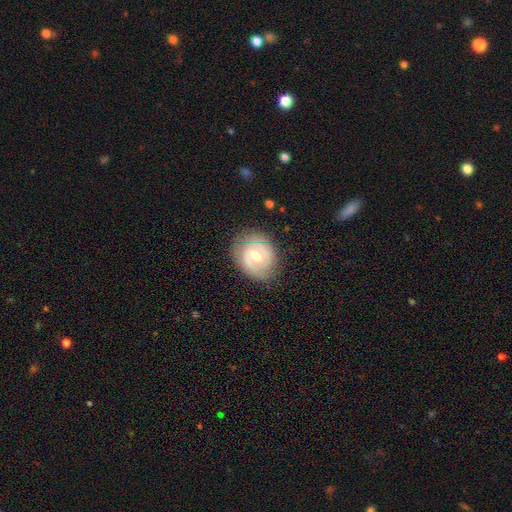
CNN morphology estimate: A featured or disk galaxy (62%) with a weak bar (44%), spiral arms (67%) and a moderate central bulge (76%). Merging: none (78%).